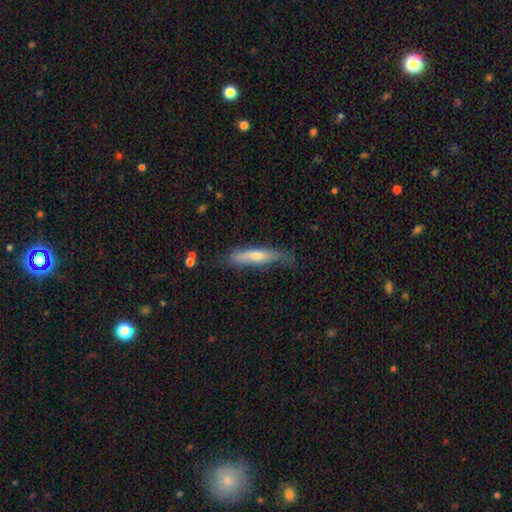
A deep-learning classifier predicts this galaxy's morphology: Overall: featured or disk (49%; smooth 43%). Merging: none (76%).